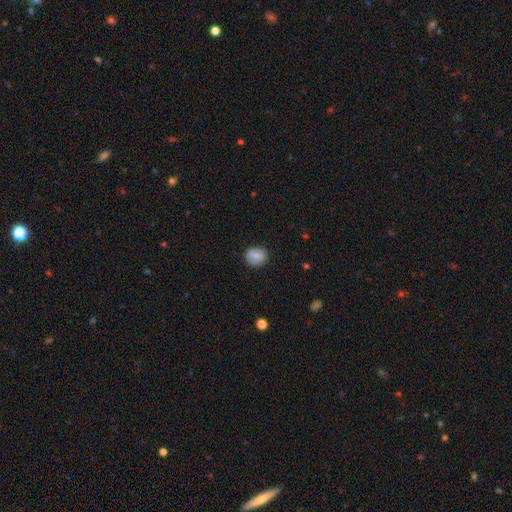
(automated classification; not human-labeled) Smooth or featured? Predicted: smooth (p=0.74). How rounded? Predicted: round (p=0.75). Merging? Predicted: none (p=0.84).